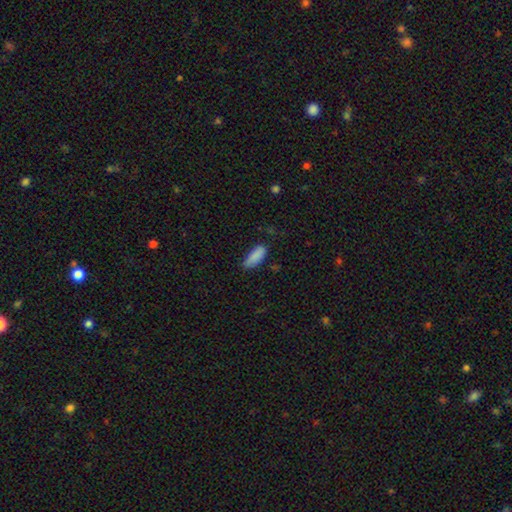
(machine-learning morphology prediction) Overall: smooth (88%). How rounded: in between (73%). Merging: none (68%).